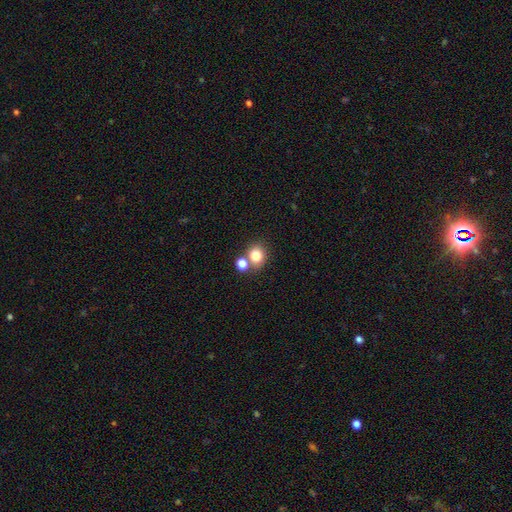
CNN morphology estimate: Smooth or featured? Predicted: smooth (p=0.80). How rounded? Predicted: round (p=0.74). Merging? Predicted: none (p=0.63).